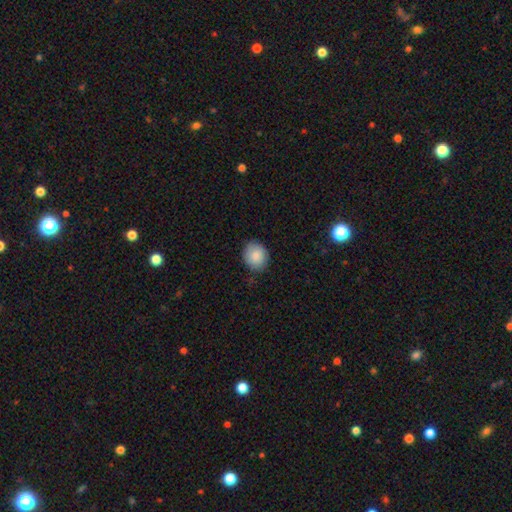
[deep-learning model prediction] smooth_or_featured: smooth (p=0.87) [alt: star or artifact p=0.07]
how_rounded: round (p=0.74) [alt: in between p=0.25]
merging: none (p=0.84) [alt: minor disturbance p=0.12]